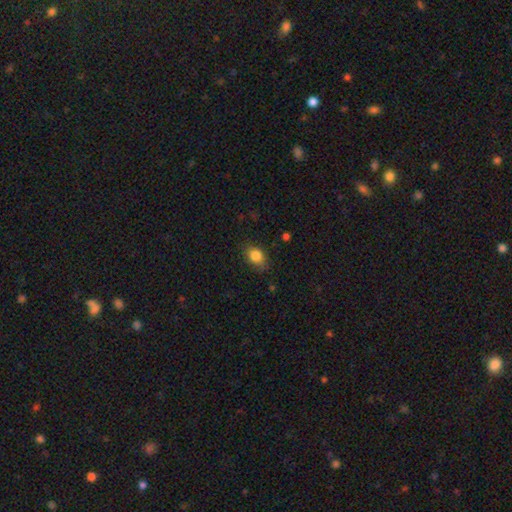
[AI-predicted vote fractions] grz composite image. It shows a smooth galaxy with no disk features (84%) that is in between round and cigar-shaped (70%). Merging: none (75%).